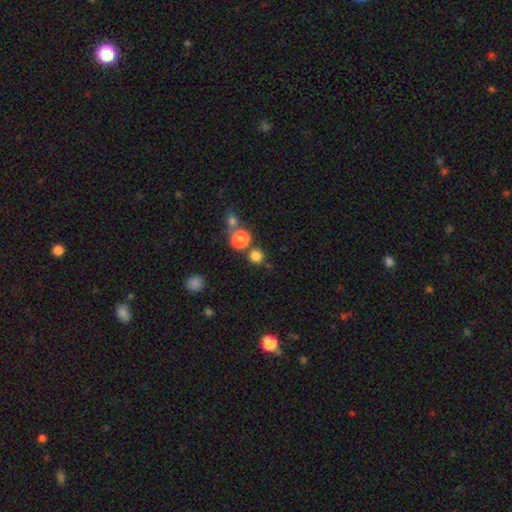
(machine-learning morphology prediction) Smooth or featured? smooth (79%)
How rounded? round (90%)
Merging? none (74%)